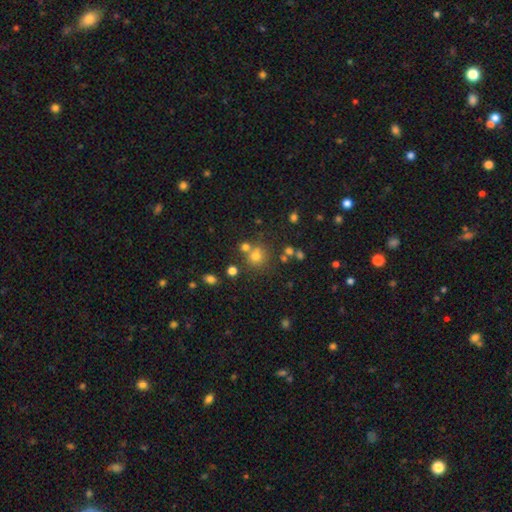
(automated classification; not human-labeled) A smooth galaxy with no disk features (69%) that is round (86%). Merging: none (63%).